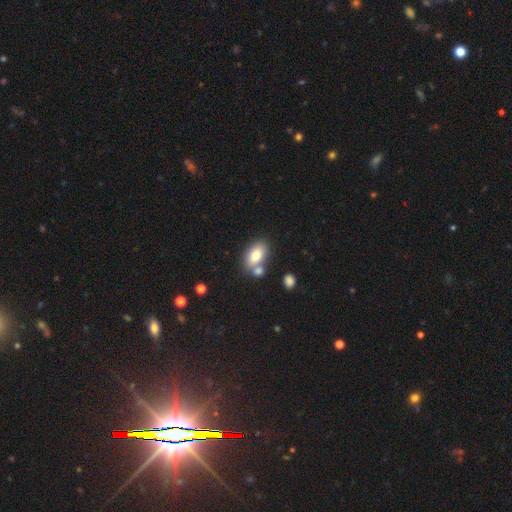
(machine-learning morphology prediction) Smooth or featured?
  - smooth: 79% *
  - featured or disk: 13%
  - star or artifact: 8%
How rounded?
  - in between: 89% *
  - round: 9%
  - cigar-shaped: 2%
Merging?
  - none: 54% *
  - merger: 30%
  - minor disturbance: 12%
  - major disturbance: 4%